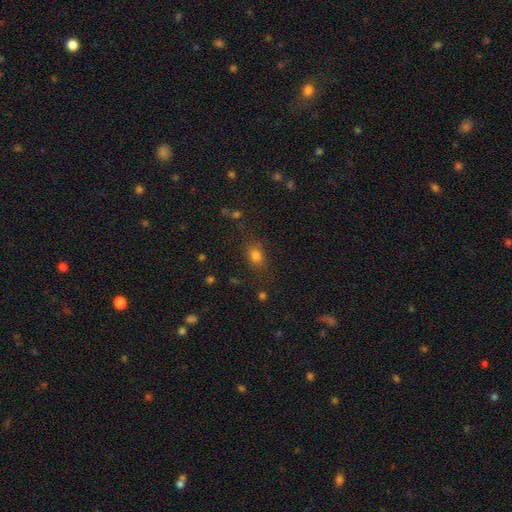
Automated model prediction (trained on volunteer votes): smooth 78%, star or artifact 15%, featured or disk 7%. Down the decision tree: how rounded — in between (60%); merging — none (77%).